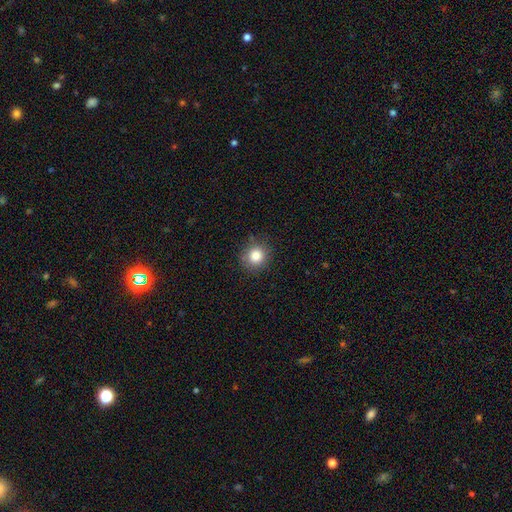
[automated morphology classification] The model was most divided on "smooth or featured": smooth: 83%, star or artifact: 11%, featured or disk: 6%. More confident: how rounded — round (89%); merging — none (87%).